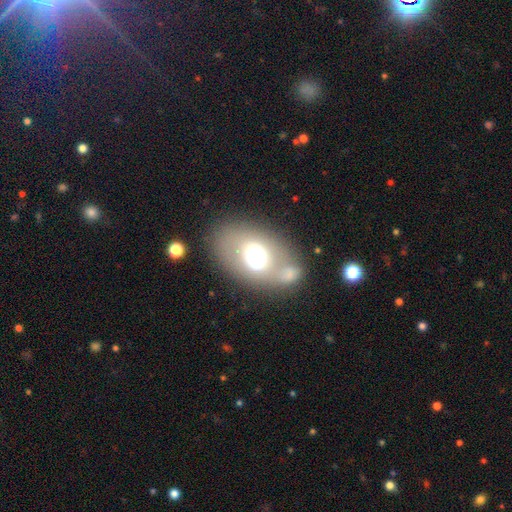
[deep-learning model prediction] Q: Smooth or featured?
A: smooth (54%); runner-up: featured or disk (31%)
Q: How rounded?
A: in between (76%); runner-up: round (22%)
Q: Merging?
A: none (47%); runner-up: merger (27%)